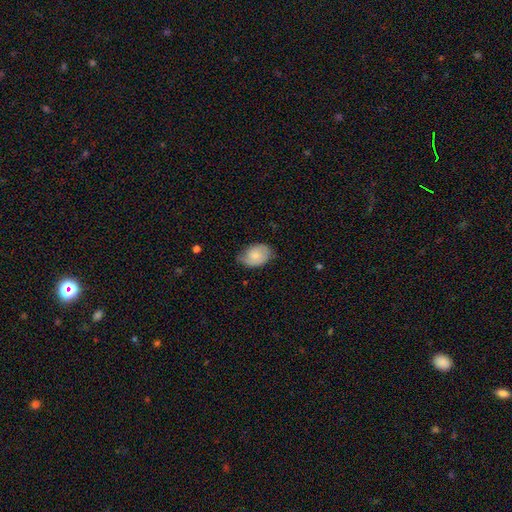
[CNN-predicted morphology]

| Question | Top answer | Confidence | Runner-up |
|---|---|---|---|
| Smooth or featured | smooth | 73% | featured or disk (21%) |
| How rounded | in between | 81% | round (18%) |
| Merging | none | 58% | minor disturbance (34%) |